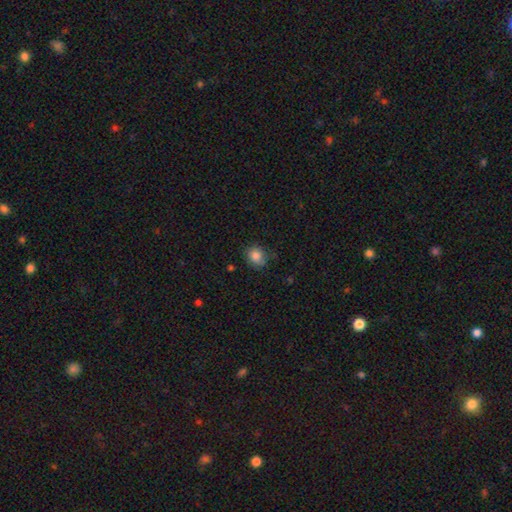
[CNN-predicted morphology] smooth-or-featured: smooth: 83% | star or artifact: 10% | featured or disk: 7%
  how-rounded: round: 74% | in between: 25% | cigar-shaped: 1%
  merging: none: 77% | minor disturbance: 18% | major disturbance: 3% | merger: 2%